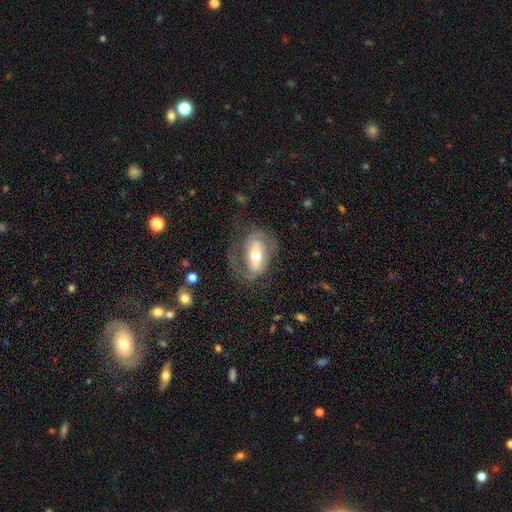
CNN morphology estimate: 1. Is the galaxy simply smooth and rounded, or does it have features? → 71% featured or disk, 23% smooth, 6% star or artifact.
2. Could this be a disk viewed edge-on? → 93% no, 7% yes.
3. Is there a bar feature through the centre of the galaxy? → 43% strong, 33% weak, 24% no.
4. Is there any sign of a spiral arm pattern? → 81% yes, 19% no.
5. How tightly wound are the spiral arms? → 45% medium, 28% loose, 27% tight.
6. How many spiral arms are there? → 71% 2, 16% 1, 10% can't tell, 2% 3, 1% 4, 1% more than 4.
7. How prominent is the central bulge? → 70% moderate, 16% small, 11% large, 1% dominant, 1% none.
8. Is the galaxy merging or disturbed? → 57% none, 22% major disturbance, 19% minor disturbance, 2% merger.